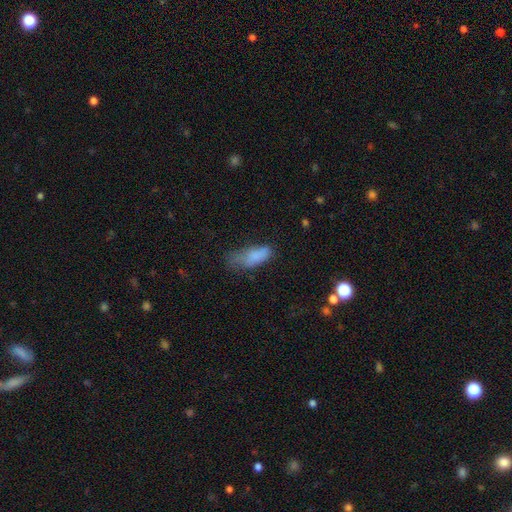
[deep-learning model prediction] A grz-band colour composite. It shows a smooth galaxy with no disk features (77%) that is in between round and cigar-shaped (76%). Merging: minor disturbance (36%).